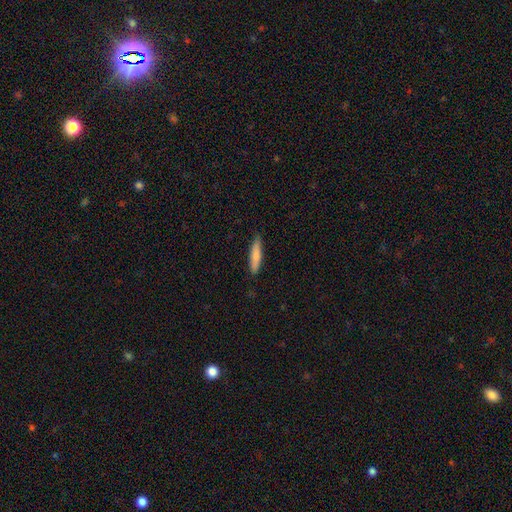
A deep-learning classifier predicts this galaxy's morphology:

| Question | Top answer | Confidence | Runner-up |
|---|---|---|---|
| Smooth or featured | smooth | 81% | featured or disk (13%) |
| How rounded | cigar-shaped | 81% | in between (17%) |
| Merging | none | 85% | minor disturbance (12%) |